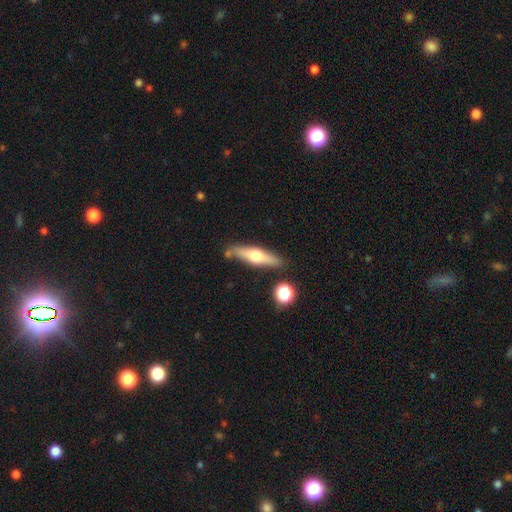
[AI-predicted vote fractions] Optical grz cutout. It shows a featured or disk galaxy (52%) viewed edge-on (92%). Merging: none (79%).